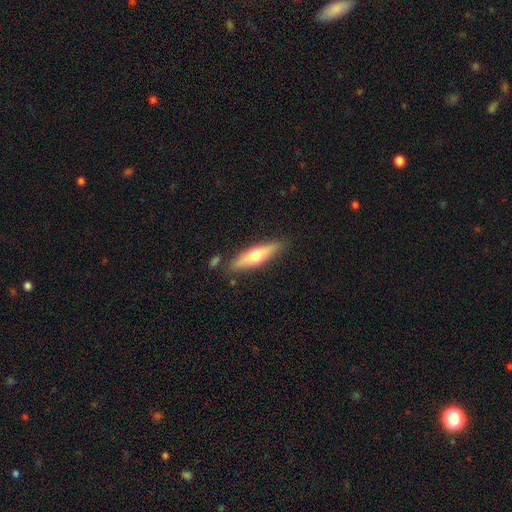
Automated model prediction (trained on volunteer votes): smooth_or_featured: featured or disk (p=0.50) [alt: smooth p=0.44]
disk_edge_on: yes (p=0.92) [alt: no p=0.08]
merging: none (p=0.84) [alt: minor disturbance p=0.11]